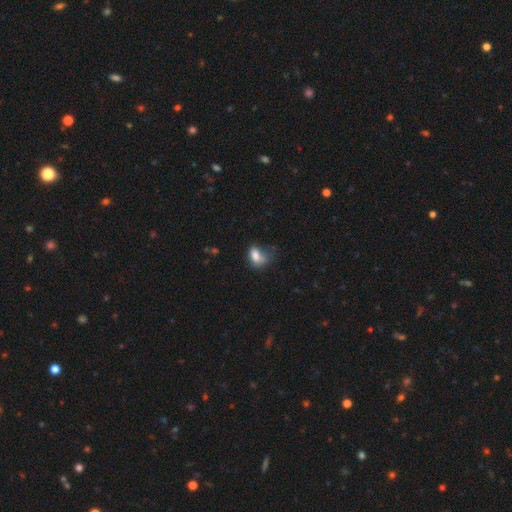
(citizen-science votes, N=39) A smooth galaxy with no disk features (77%) that is in between round and cigar-shaped (87%).

Vote fractions:
- Smooth or featured? smooth: 77% / featured or disk: 18% / star or artifact: 5%
- How rounded? in between: 87% / round: 10% / cigar-shaped: 3%
- Merging? major disturbance: 49% / minor disturbance: 30% / none: 16% / merger: 5%